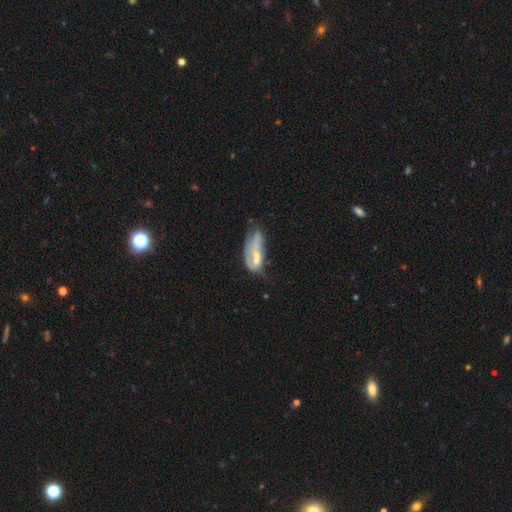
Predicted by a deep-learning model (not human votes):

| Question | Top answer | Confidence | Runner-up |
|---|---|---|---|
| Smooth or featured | featured or disk | 47% | smooth (44%) |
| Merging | major disturbance | 34% | minor disturbance (26%) |